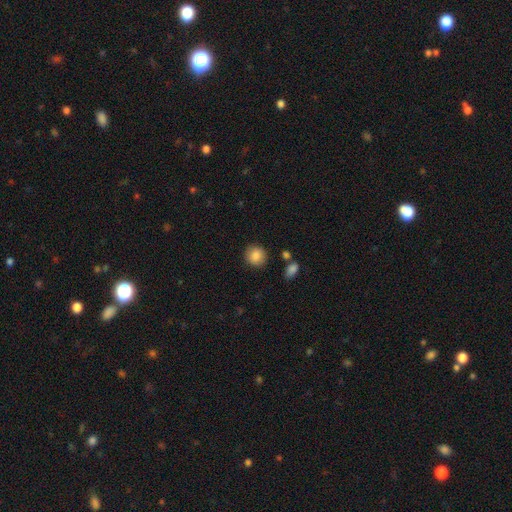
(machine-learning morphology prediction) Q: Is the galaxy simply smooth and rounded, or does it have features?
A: smooth — 86%.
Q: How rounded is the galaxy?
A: round — 85%.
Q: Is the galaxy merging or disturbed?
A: none — 86%.